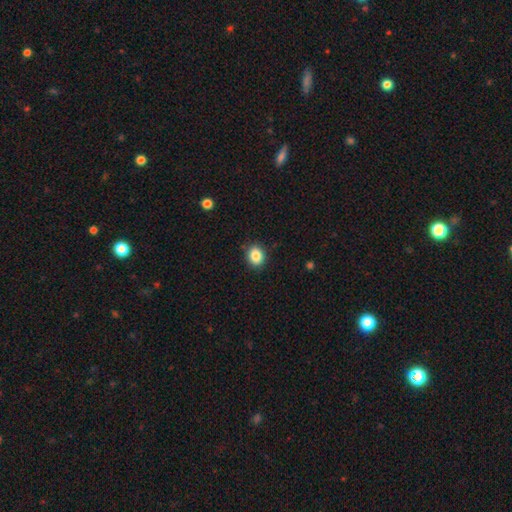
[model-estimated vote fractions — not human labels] Morphology: type=smooth (85%); roundness=round (58%); merging=none (88%).